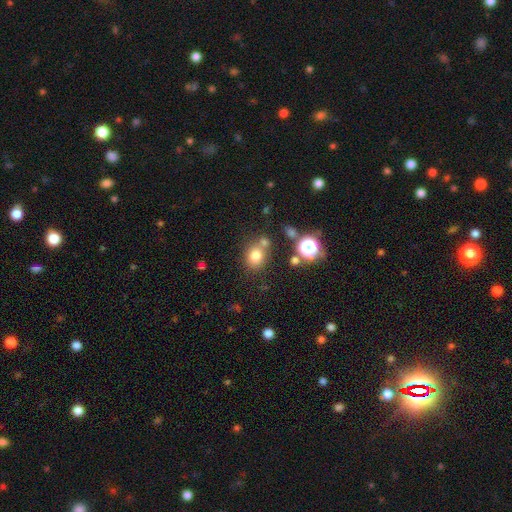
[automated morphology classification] type=smooth (75%); roundness=round (63%); merging=none (63%).